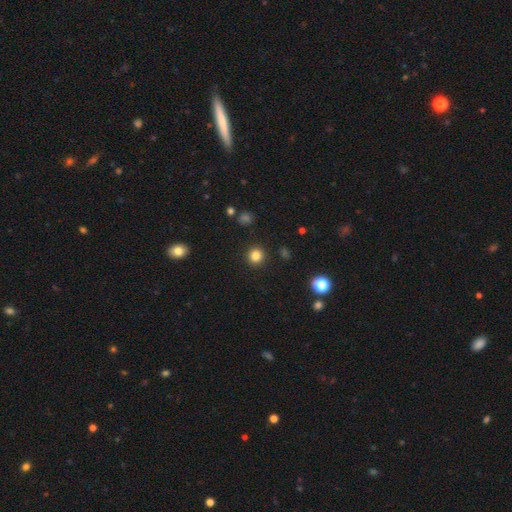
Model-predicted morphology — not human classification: A smooth galaxy with no disk features (83%) that is round (94%). Merging: none (92%).